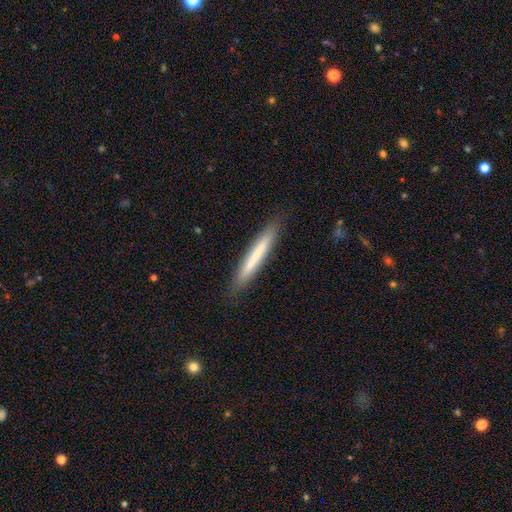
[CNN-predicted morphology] Smooth or featured?
  - smooth: 66% *
  - featured or disk: 28%
  - star or artifact: 6%
How rounded?
  - cigar-shaped: 96% *
  - in between: 3%
  - round: 1%
Merging?
  - none: 89% *
  - minor disturbance: 8%
  - major disturbance: 2%
  - merger: 1%